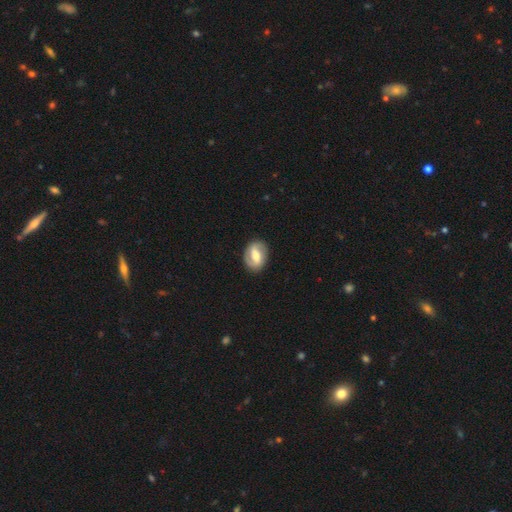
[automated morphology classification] The model was most divided on "bar": strong: 45%, weak: 40%, no: 15%. Remaining: edge-on disk — no (96%); spiral arm count — 2 (87%); merging — none (86%); spiral arms — yes (79%); smooth or featured — featured or disk (68%); bulge size — moderate (63%); spiral winding — medium (43%).